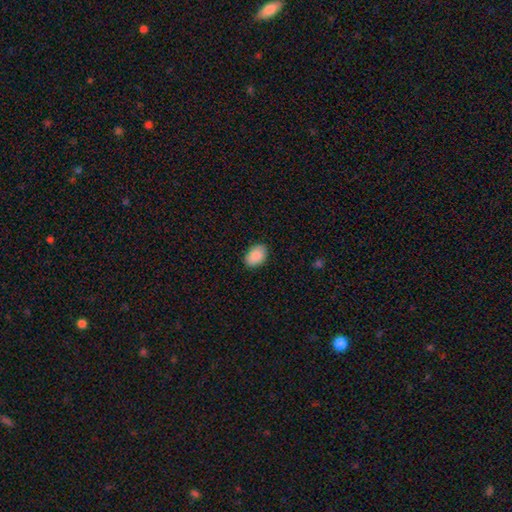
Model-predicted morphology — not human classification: type=smooth (89%); roundness=in between (86%); merging=none (87%).